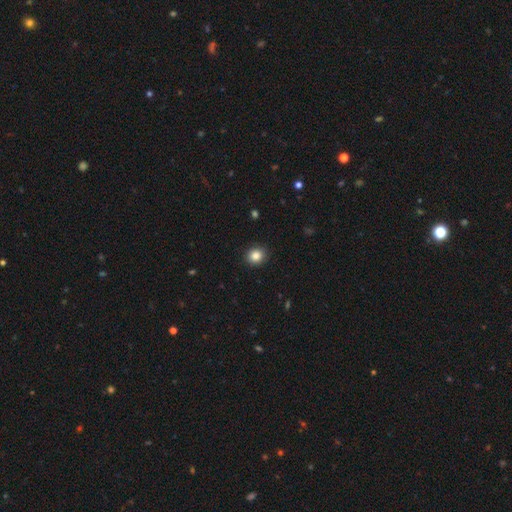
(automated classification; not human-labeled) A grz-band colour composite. It shows a smooth galaxy with no disk features (85%) that is round (79%). Merging: none (90%).